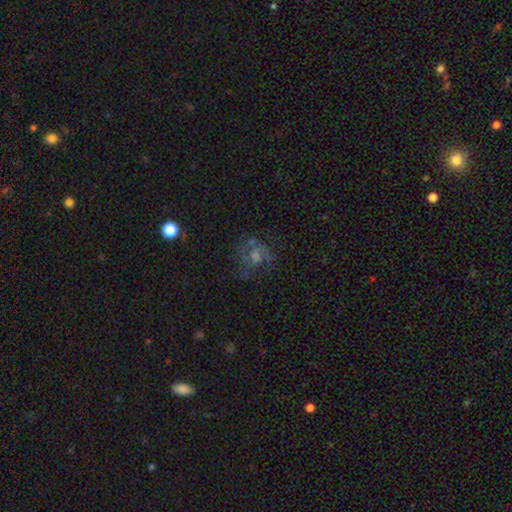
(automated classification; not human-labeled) Smooth or featured? Predicted: featured or disk (p=0.49). Merging? Predicted: none (p=0.63).